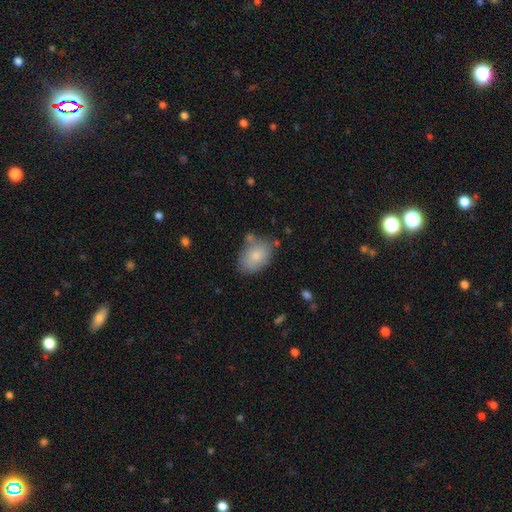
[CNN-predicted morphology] Smooth or featured? smooth (80%)
How rounded? in between (84%)
Merging? none (65%)